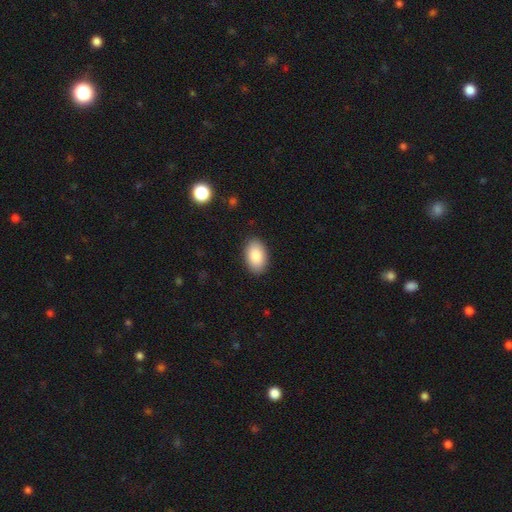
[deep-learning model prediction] smooth-or-featured: smooth: 88% | star or artifact: 6% | featured or disk: 6%
  how-rounded: in between: 93% | round: 6% | cigar-shaped: 1%
  merging: none: 89% | minor disturbance: 8% | major disturbance: 2% | merger: 1%